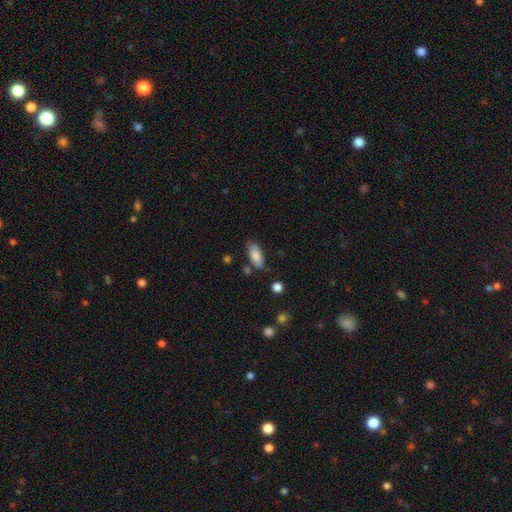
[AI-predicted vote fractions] Smooth or featured: smooth — 84% (featured or disk — 9%)
How rounded: in between — 85% (cigar-shaped — 13%)
Merging: none — 73% (minor disturbance — 18%)